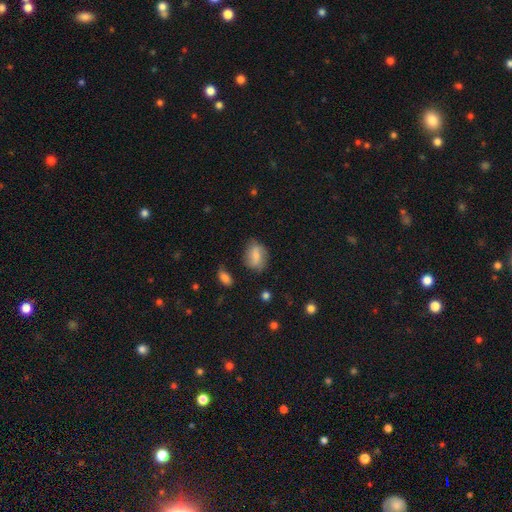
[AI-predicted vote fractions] smooth_or_featured: smooth (p=0.73) [alt: featured or disk p=0.19]
how_rounded: in between (p=0.68) [alt: round p=0.30]
merging: none (p=0.65) [alt: minor disturbance p=0.26]